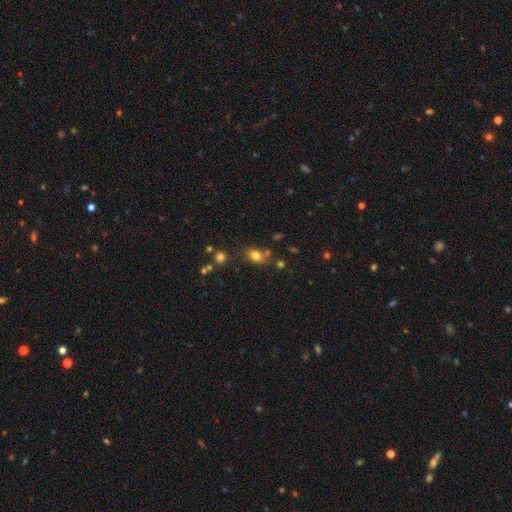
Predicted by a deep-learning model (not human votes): A smooth galaxy with no disk features (77%) that is in between round and cigar-shaped (64%). Merging: none (67%).